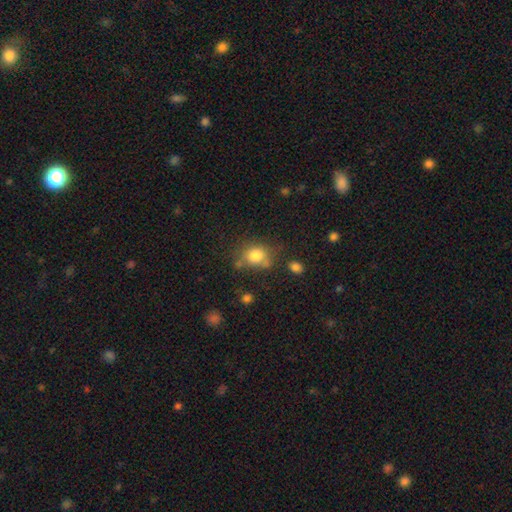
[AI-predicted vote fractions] This is likely a smooth galaxy (79%). How rounded: possibly round (60%). Merging: likely none (61%).